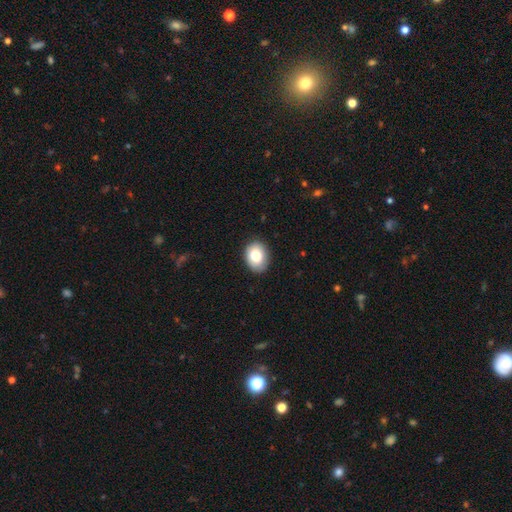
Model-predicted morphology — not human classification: This appears to be a smooth galaxy with no disk features (84%) that is in between round and cigar-shaped (65%). Merging: none (86%).